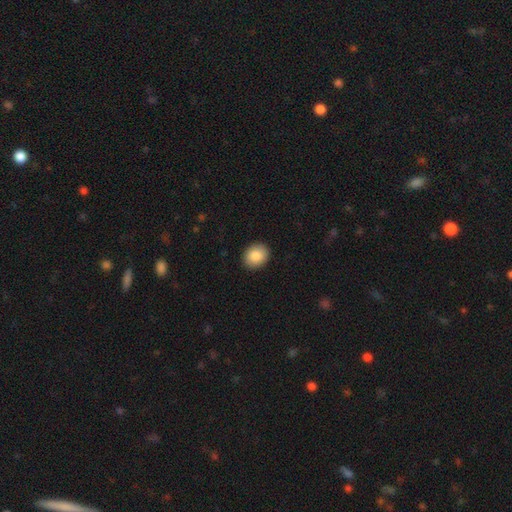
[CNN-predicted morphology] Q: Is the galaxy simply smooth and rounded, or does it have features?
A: smooth — 88%.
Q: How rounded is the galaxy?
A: round — 52%.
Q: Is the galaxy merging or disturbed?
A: none — 91%.